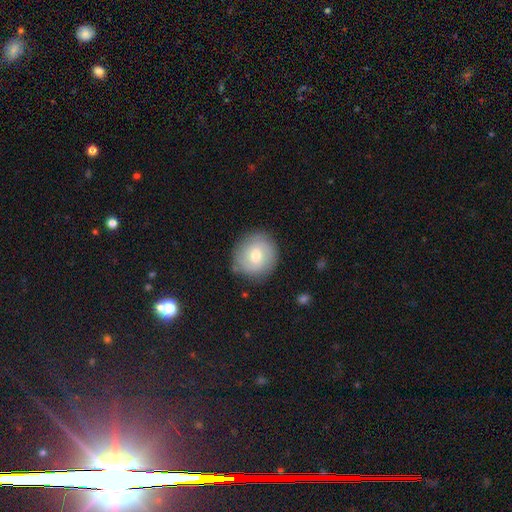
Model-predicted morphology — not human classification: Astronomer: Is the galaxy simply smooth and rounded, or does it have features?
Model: smooth — 59%.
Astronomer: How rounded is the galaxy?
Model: round — 86%.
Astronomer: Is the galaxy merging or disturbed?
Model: none — 84%.